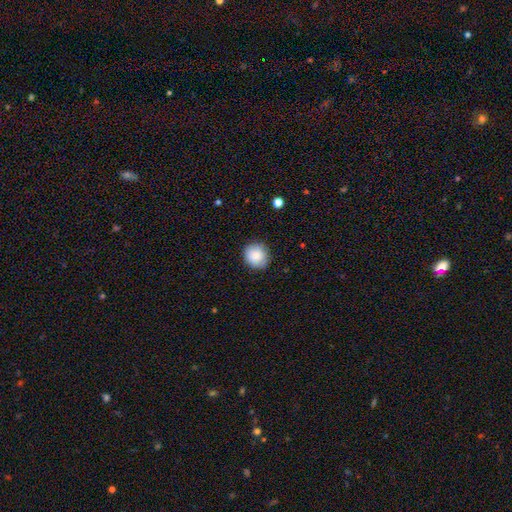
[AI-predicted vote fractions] smooth_or_featured: smooth (p=0.85) [alt: star or artifact p=0.08]
how_rounded: round (p=0.87) [alt: in between p=0.12]
merging: none (p=0.87) [alt: minor disturbance p=0.10]